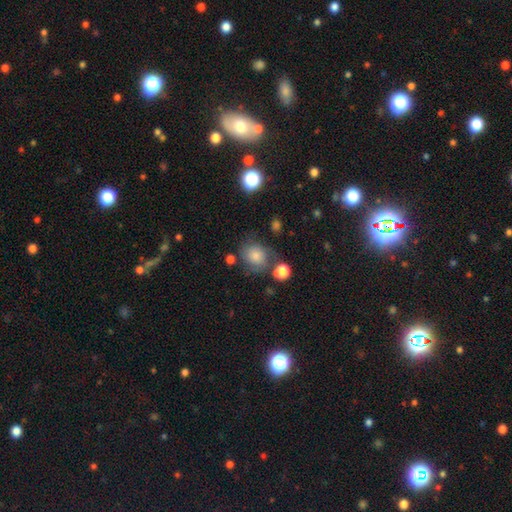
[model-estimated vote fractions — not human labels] This is likely a smooth galaxy (74%). How rounded: likely round (76%). Merging: possibly none (59%).